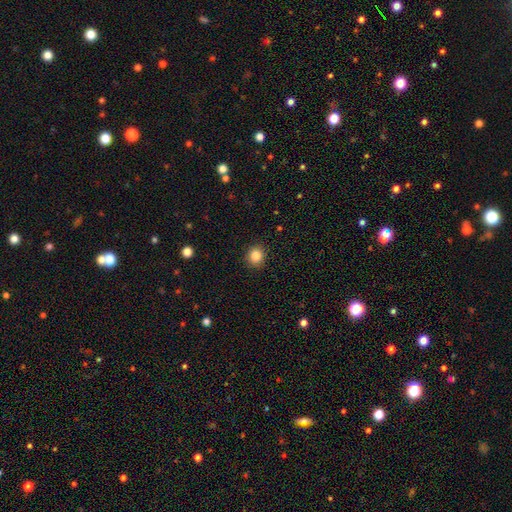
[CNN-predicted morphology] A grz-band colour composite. It shows a smooth galaxy with no disk features (85%) that is round (82%). Merging: none (91%).